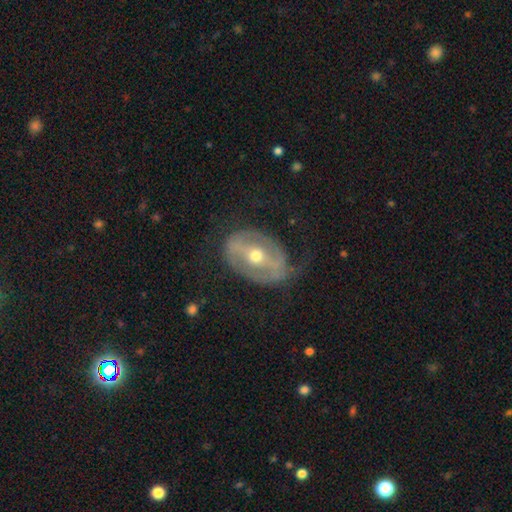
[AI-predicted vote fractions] Q: Smooth or featured?
A: featured or disk (80%); runner-up: smooth (14%)
Q: Edge-on disk?
A: no (93%); runner-up: yes (7%)
Q: Bar?
A: strong (55%); runner-up: weak (29%)
Q: Spiral arms?
A: yes (65%); runner-up: no (35%)
Q: Bulge size?
A: moderate (63%); runner-up: small (33%)
Q: Merging?
A: none (61%); runner-up: minor disturbance (21%)